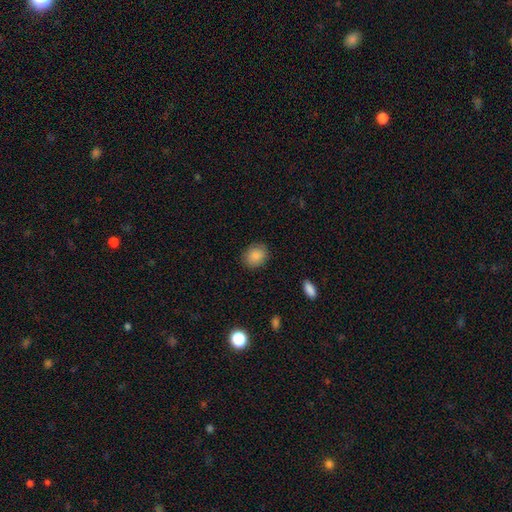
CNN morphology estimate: The model was most divided on "how rounded": round: 57%, in between: 42%, cigar-shaped: 1%. More confident: smooth or featured — smooth (88%); merging — none (87%).